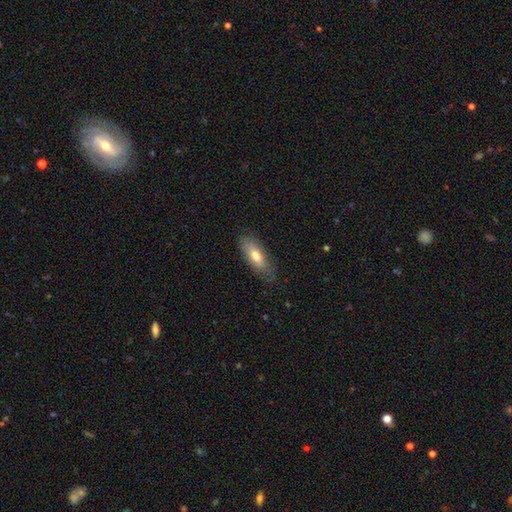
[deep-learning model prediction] This is likely a smooth galaxy (69%). How rounded: likely in between (75%). Merging: likely none (73%).